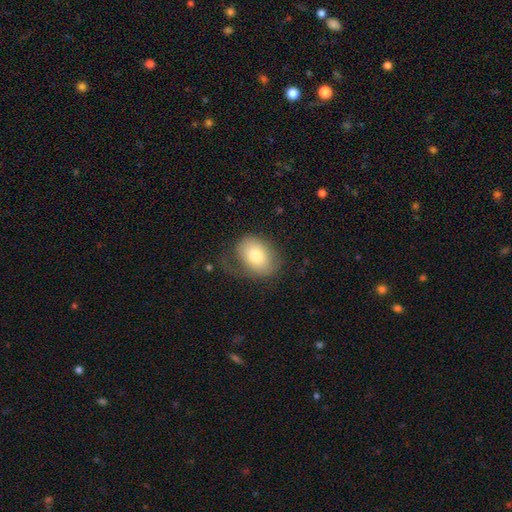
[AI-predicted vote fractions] Smooth or featured?
  - smooth: 73% *
  - featured or disk: 19%
  - star or artifact: 8%
How rounded?
  - in between: 68% *
  - round: 31%
  - cigar-shaped: 1%
Merging?
  - none: 55% *
  - minor disturbance: 25%
  - major disturbance: 19%
  - merger: 2%